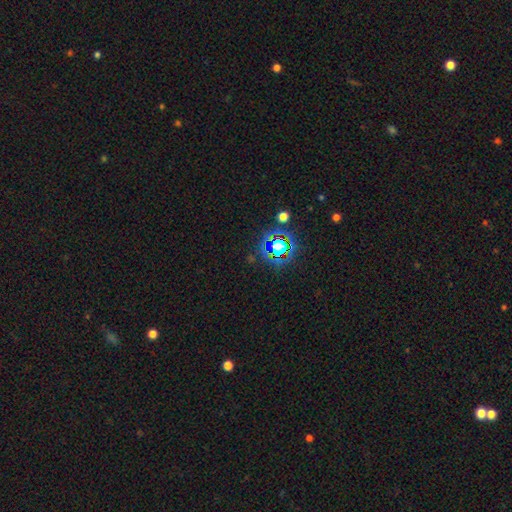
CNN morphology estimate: Smooth or featured: star or artifact — 78% (smooth — 13%)